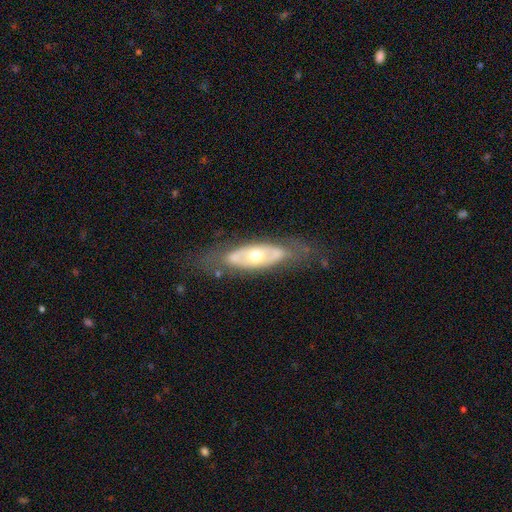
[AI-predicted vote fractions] Overall: featured or disk (64%; smooth 31%). Edge-on disk: no (78%). Merging: none (68%).